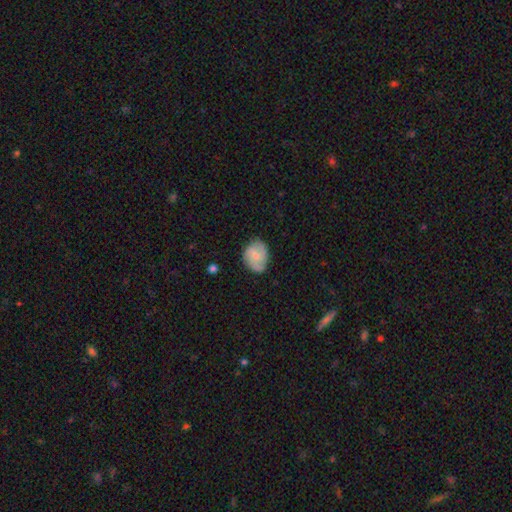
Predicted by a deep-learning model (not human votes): Overall: smooth (47%, tied with featured or disk). Merging: none (63%; minor disturbance 28%).